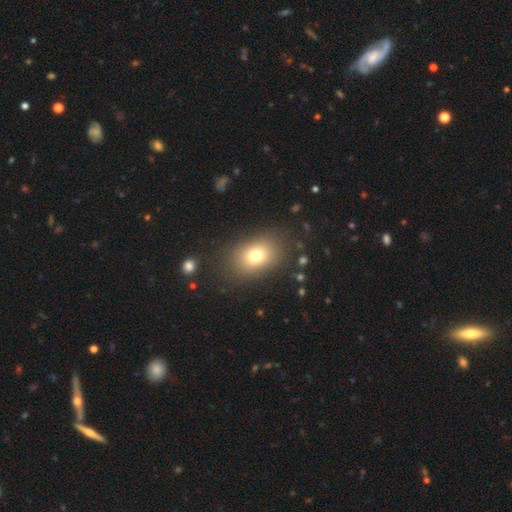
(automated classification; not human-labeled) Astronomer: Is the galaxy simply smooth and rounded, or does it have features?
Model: smooth — 76%.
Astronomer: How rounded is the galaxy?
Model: in between — 74%.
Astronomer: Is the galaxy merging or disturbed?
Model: none — 81%.